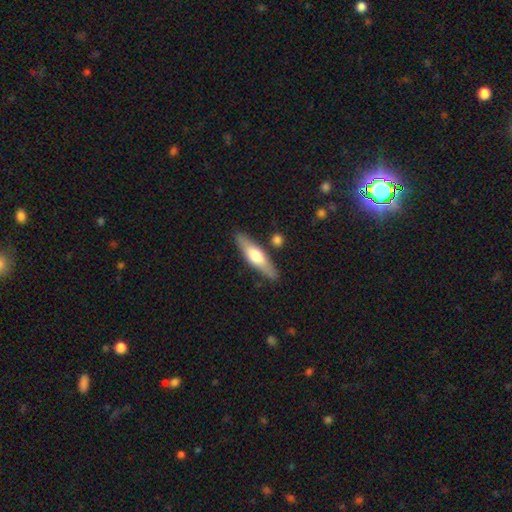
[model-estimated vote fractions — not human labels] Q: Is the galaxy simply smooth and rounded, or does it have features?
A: smooth — 49%.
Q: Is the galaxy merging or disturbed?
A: none — 83%.